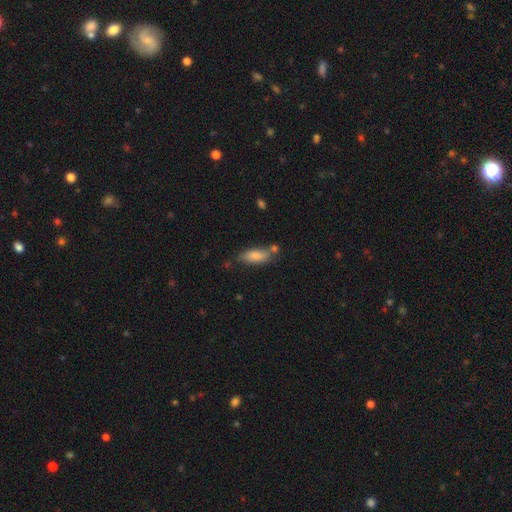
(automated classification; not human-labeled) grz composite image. It shows a smooth galaxy with no disk features (80%) that is in between round and cigar-shaped (76%). Merging: none (60%).